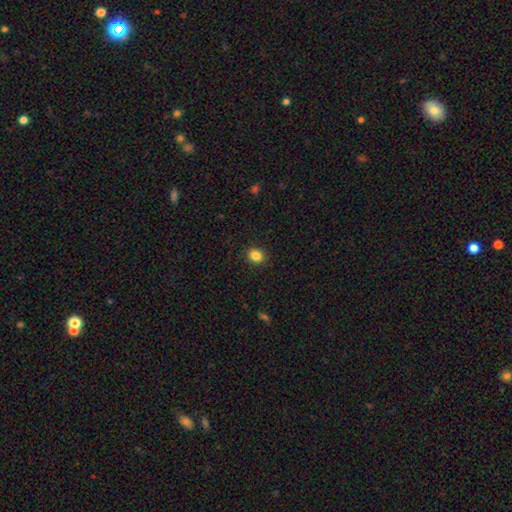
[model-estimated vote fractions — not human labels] A smooth galaxy with no disk features (85%) that is round (69%).

Vote fractions:
- Smooth or featured? smooth: 85% / star or artifact: 10% / featured or disk: 4%
- How rounded? round: 69% / in between: 30% / cigar-shaped: 1%
- Merging? none: 90% / minor disturbance: 7% / major disturbance: 2% / merger: 1%